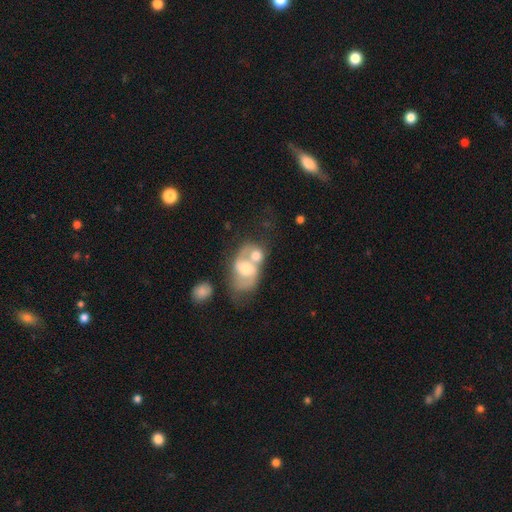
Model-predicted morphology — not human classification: The model was most divided on "smooth or featured": featured or disk: 55%, smooth: 37%, star or artifact: 8%. More confident: edge-on disk — no (96%); spiral arms — yes (66%); merging — merger (63%); bulge size — moderate (61%); bar — no (56%).